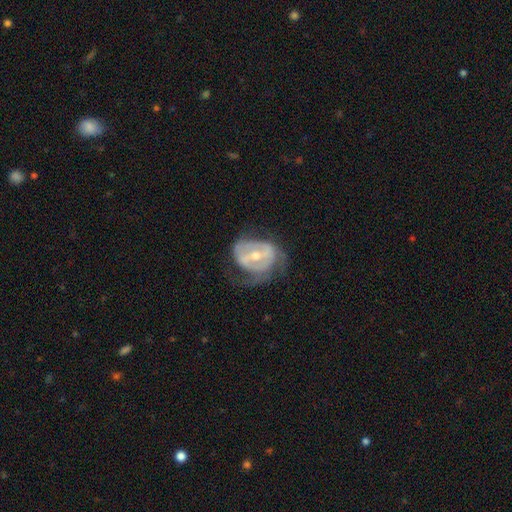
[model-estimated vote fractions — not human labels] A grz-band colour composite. It shows a featured or disk galaxy (77%) with a weak bar (40%), 2 (47%) tight (41%) spiral arms (68%) and a moderate central bulge (57%). Merging: none (44%).